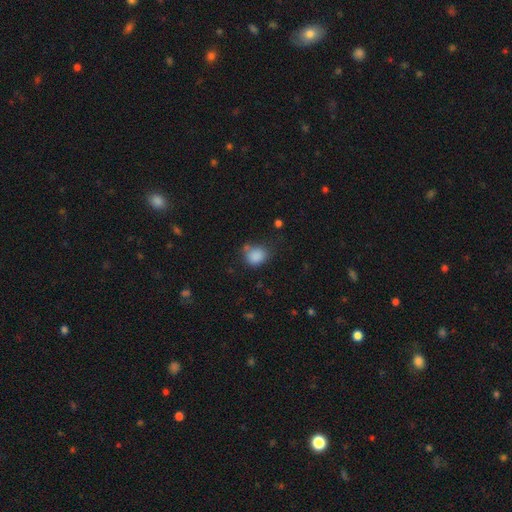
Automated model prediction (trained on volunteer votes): Smooth or featured: smooth — 85% (star or artifact — 10%)
How rounded: round — 63% (in between — 36%)
Merging: none — 58% (minor disturbance — 26%)